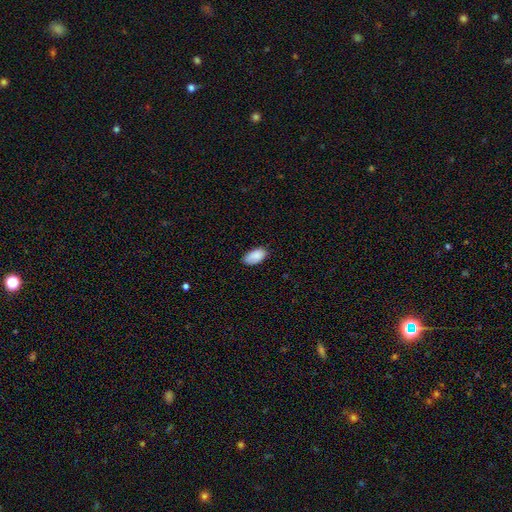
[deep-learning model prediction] Q: Smooth or featured?
A: smooth (89%); runner-up: star or artifact (7%)
Q: How rounded?
A: in between (95%); runner-up: round (3%)
Q: Merging?
A: none (79%); runner-up: minor disturbance (18%)